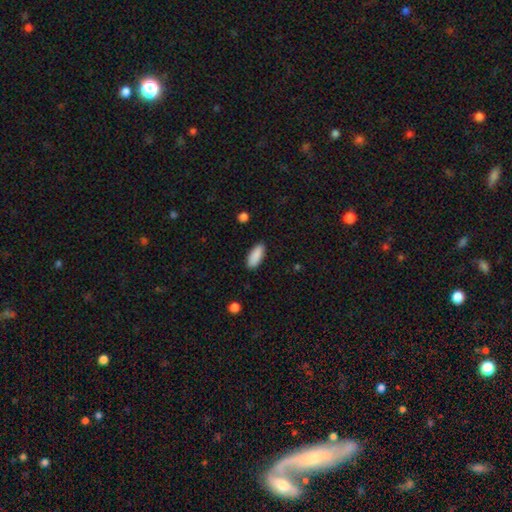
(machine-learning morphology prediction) Smooth or featured: smooth — 90% (star or artifact — 6%)
How rounded: in between — 79% (cigar-shaped — 19%)
Merging: none — 88% (minor disturbance — 9%)